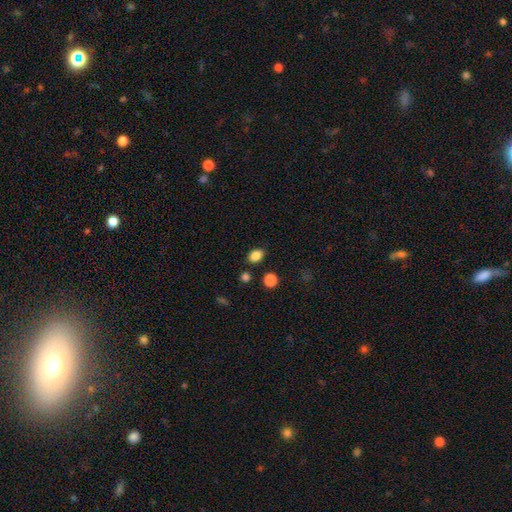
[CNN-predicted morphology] A smooth galaxy with no disk features (86%) that is in between round and cigar-shaped (73%). Merging: none (83%).